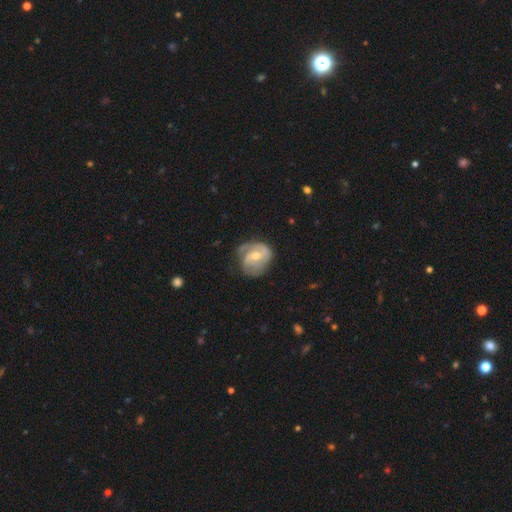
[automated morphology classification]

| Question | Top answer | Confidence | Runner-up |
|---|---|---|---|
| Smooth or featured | featured or disk | 77% | smooth (17%) |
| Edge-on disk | no | 97% | yes (3%) |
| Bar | weak | 44% | no (39%) |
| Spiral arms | yes | 90% | no (10%) |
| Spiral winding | tight | 42% | medium (40%) |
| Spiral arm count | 2 | 53% | can't tell (17%) |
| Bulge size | moderate | 57% | small (39%) |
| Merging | none | 58% | minor disturbance (26%) |